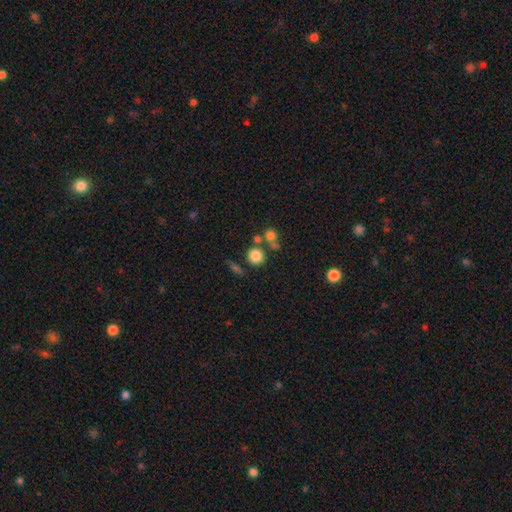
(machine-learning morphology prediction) This appears to be a smooth galaxy with no disk features (80%) that is round (89%). Merging: none (67%).